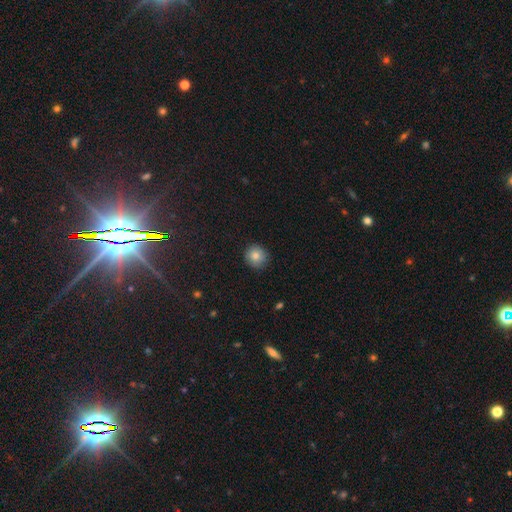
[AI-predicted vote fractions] Smooth or featured? smooth (80%)
How rounded? round (92%)
Merging? none (87%)